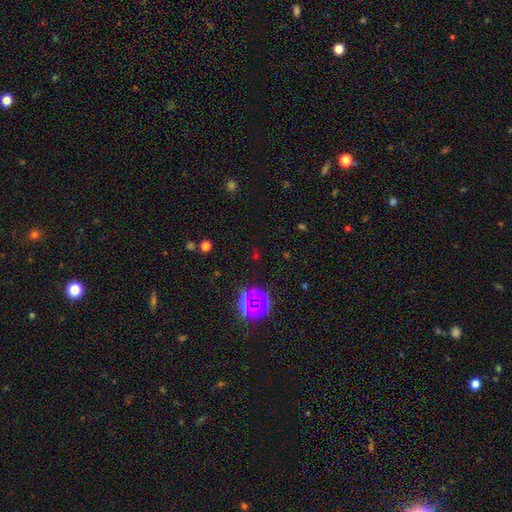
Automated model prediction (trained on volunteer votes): smooth_or_featured: star or artifact (p=0.66) [alt: smooth p=0.26]